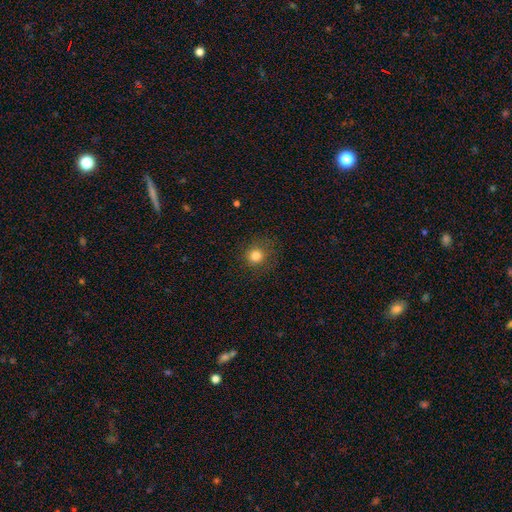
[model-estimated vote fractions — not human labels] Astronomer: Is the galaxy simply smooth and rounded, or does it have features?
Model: smooth — 82%.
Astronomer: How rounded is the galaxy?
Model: round — 90%.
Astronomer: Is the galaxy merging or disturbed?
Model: none — 83%.